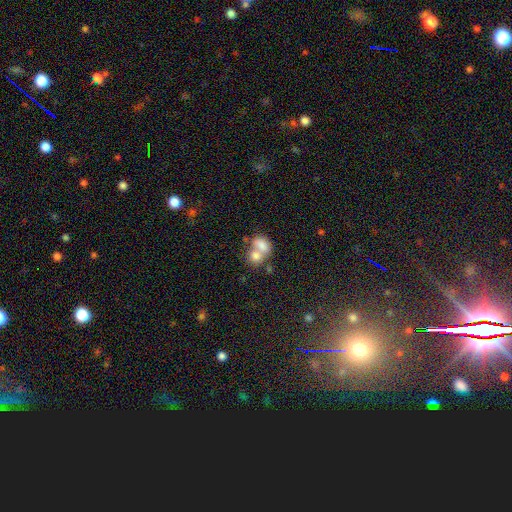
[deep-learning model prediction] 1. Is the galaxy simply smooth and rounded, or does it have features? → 75% smooth, 15% featured or disk, 9% star or artifact.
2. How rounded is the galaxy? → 59% in between, 40% round, 1% cigar-shaped.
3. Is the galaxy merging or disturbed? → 67% merger, 22% none, 7% minor disturbance, 4% major disturbance.